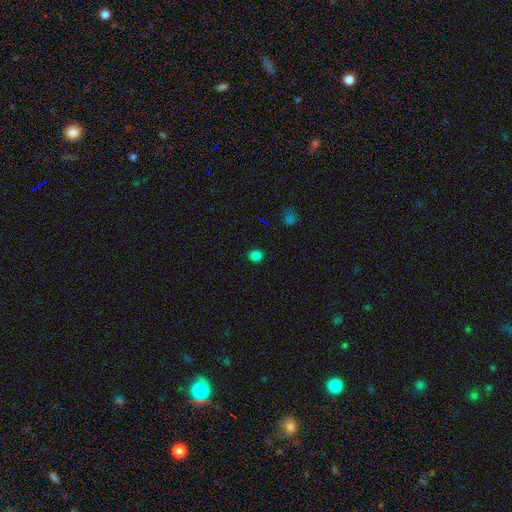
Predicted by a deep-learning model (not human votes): A smooth galaxy with no disk features (82%) that is round (64%).

Vote fractions:
- Smooth or featured? smooth: 82% / star or artifact: 15% / featured or disk: 3%
- How rounded? round: 64% / in between: 35% / cigar-shaped: 1%
- Merging? none: 90% / minor disturbance: 7% / major disturbance: 2% / merger: 1%